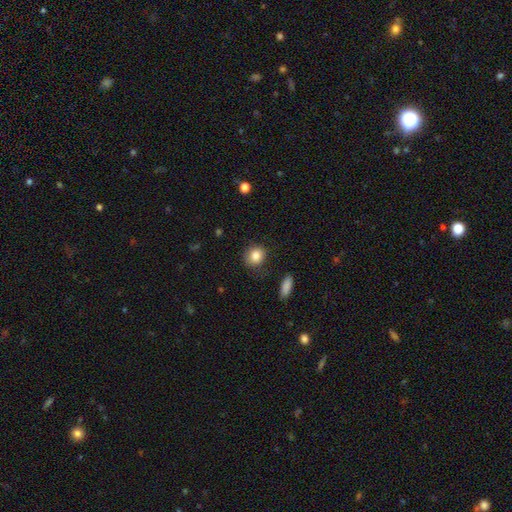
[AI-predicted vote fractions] A smooth galaxy with no disk features (85%) that is round (75%).

Vote fractions:
- Smooth or featured? smooth: 85% / star or artifact: 9% / featured or disk: 6%
- How rounded? round: 75% / in between: 23% / cigar-shaped: 1%
- Merging? none: 82% / minor disturbance: 13% / major disturbance: 3% / merger: 2%